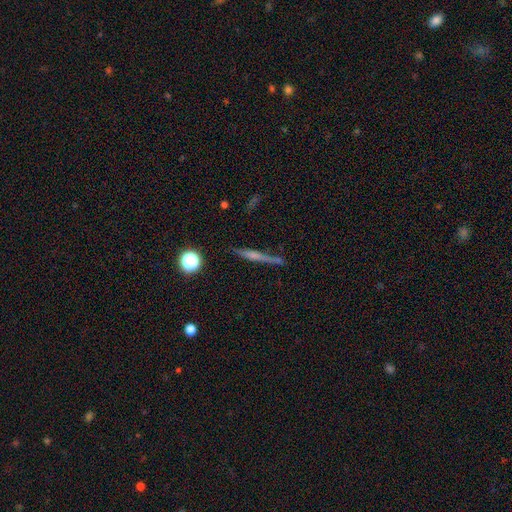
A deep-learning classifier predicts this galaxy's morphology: Smooth or featured?
  - featured or disk: 56% *
  - smooth: 32%
  - star or artifact: 12%
Edge-on disk?
  - yes: 95% *
  - no: 5%
Edge-on bulge?
  - none: 45% *
  - rounded: 40%
  - boxy: 15%
Merging?
  - none: 80% *
  - minor disturbance: 13%
  - merger: 4%
  - major disturbance: 4%